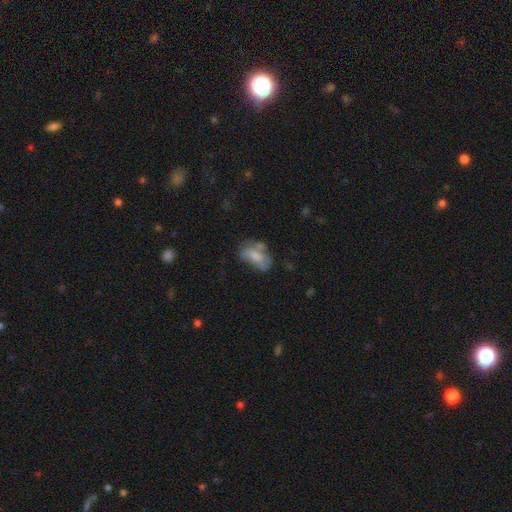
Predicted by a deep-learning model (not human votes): Q: Smooth or featured?
A: smooth (53%); runner-up: featured or disk (38%)
Q: How rounded?
A: in between (87%); runner-up: round (10%)
Q: Merging?
A: none (37%); runner-up: minor disturbance (27%)